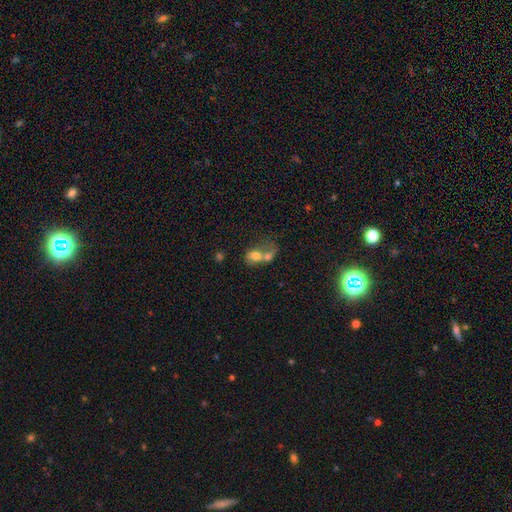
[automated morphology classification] Overall: smooth (67%). How rounded: in between (54%; round 44%). Merging: merger (75%).